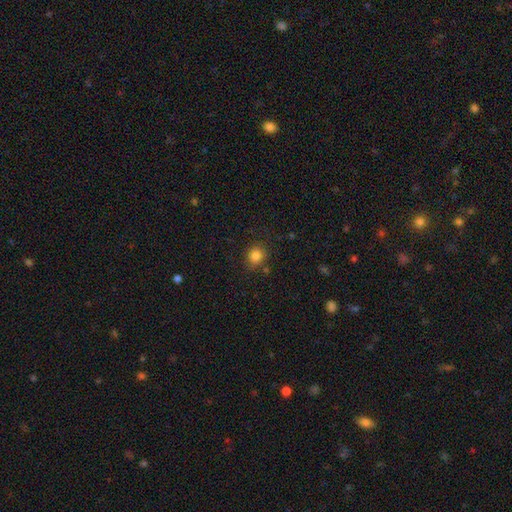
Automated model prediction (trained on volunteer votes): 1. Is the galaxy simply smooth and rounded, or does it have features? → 84% smooth, 11% star or artifact, 5% featured or disk.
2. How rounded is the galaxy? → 77% round, 22% in between, 1% cigar-shaped.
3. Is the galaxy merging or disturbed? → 82% none, 12% minor disturbance, 4% merger, 3% major disturbance.